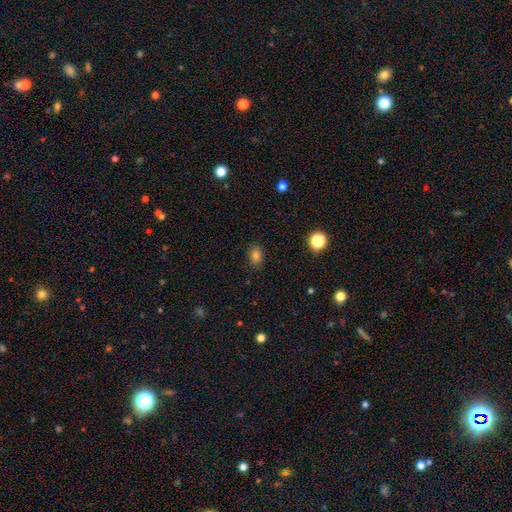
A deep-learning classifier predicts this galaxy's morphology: This is clearly a smooth galaxy (80%). How rounded: likely in between (74%). Merging: clearly none (87%).